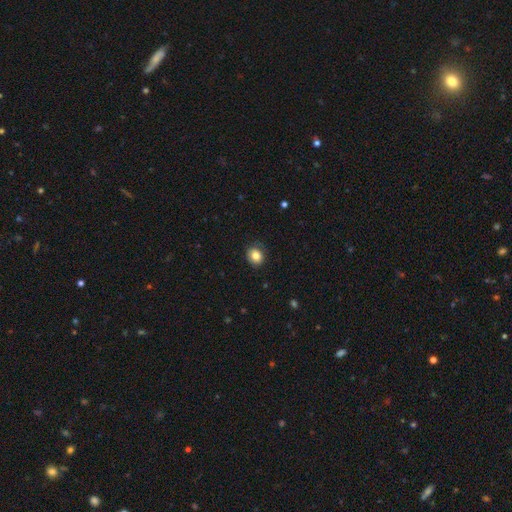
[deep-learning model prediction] smooth-or-featured: smooth: 82% | star or artifact: 9% | featured or disk: 9%
  how-rounded: round: 70% | in between: 29% | cigar-shaped: 1%
  merging: none: 84% | minor disturbance: 13% | major disturbance: 3% | merger: 1%